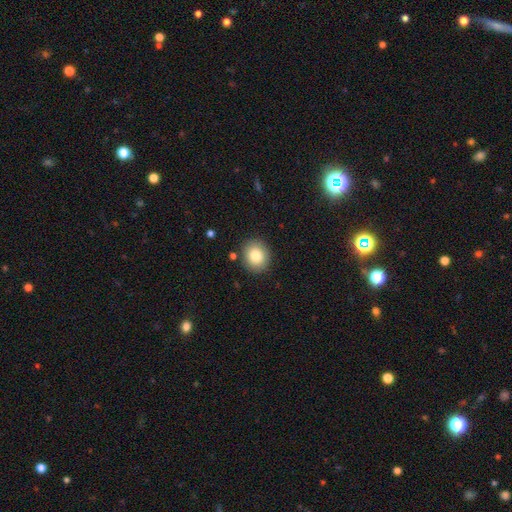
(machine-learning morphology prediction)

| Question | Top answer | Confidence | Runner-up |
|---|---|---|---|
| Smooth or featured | smooth | 82% | star or artifact (9%) |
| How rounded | round | 74% | in between (25%) |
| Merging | none | 87% | minor disturbance (8%) |